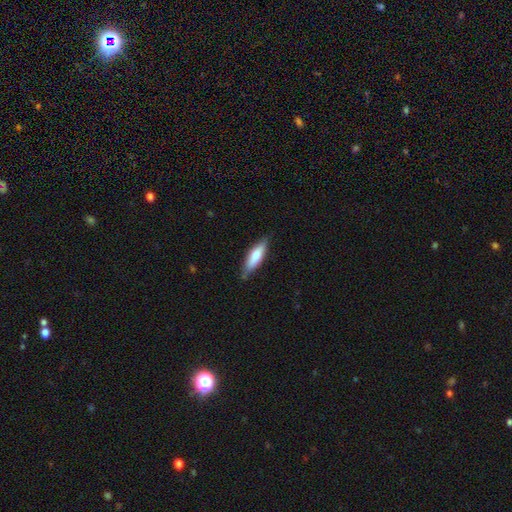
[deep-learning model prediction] Morphology: type=smooth (70%); roundness=cigar-shaped (58%); merging=none (78%).